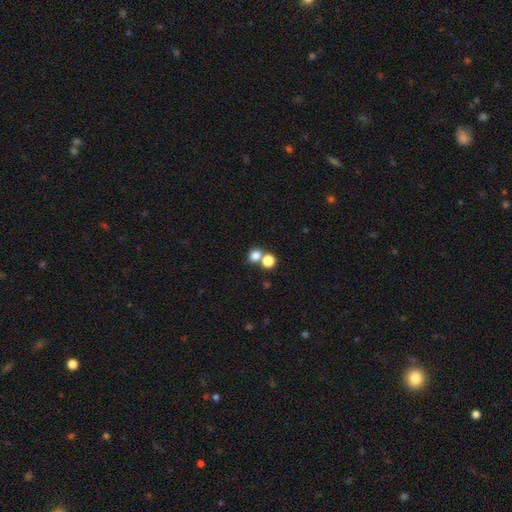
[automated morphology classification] smooth 78%, star or artifact 15%, featured or disk 7%. Down the decision tree: how rounded — round (76%); merging — none (54%).